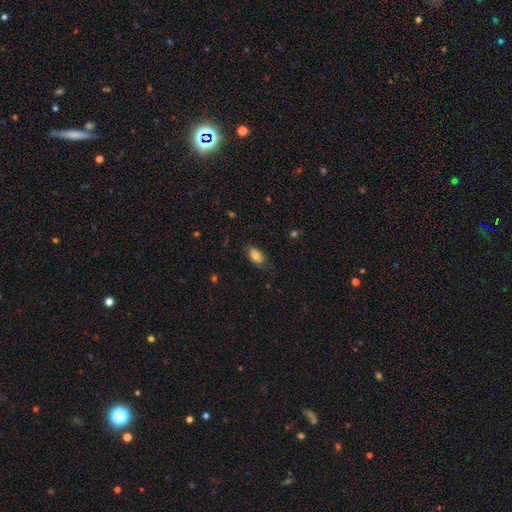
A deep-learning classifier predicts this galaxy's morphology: smooth_or_featured: smooth (p=0.76) [alt: featured or disk p=0.15]
how_rounded: in between (p=0.90) [alt: round p=0.08]
merging: none (p=0.71) [alt: minor disturbance p=0.23]